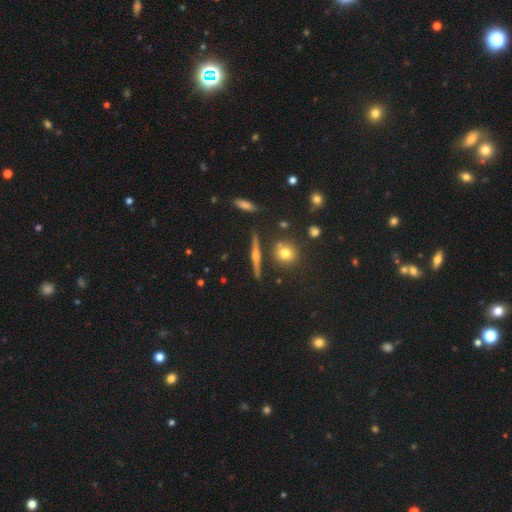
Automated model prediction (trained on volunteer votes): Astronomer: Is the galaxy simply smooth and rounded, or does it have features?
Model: featured or disk — 72%.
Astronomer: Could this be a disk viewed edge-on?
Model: yes — 97%.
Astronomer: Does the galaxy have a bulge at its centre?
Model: rounded — 89%.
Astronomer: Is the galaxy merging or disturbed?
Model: none — 87%.